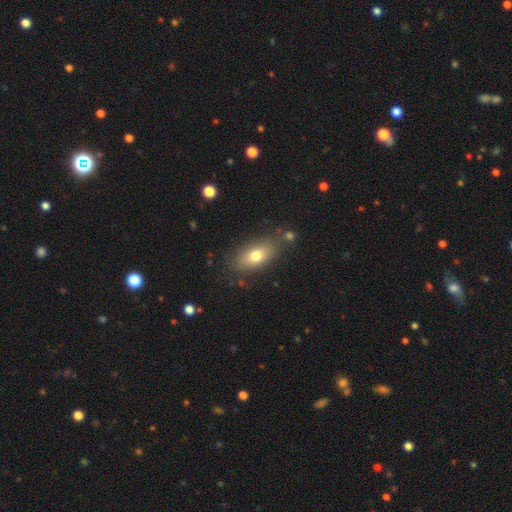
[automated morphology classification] smooth-or-featured: smooth: 74% | featured or disk: 17% | star or artifact: 9%
  how-rounded: in between: 85% | round: 8% | cigar-shaped: 7%
  merging: none: 74% | minor disturbance: 16% | major disturbance: 5% | merger: 5%